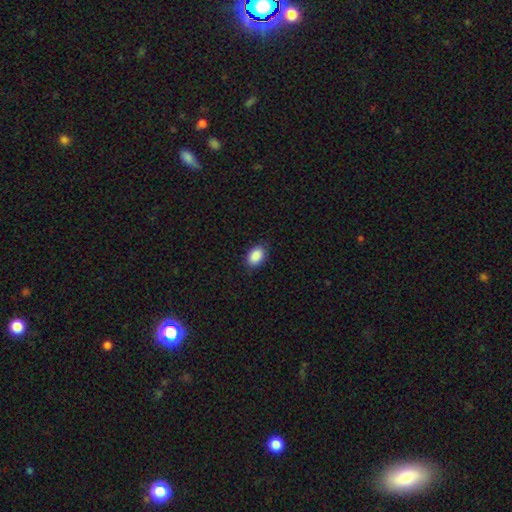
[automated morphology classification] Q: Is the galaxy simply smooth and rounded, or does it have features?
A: smooth — 90%.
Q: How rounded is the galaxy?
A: in between — 86%.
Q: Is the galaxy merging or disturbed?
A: none — 83%.